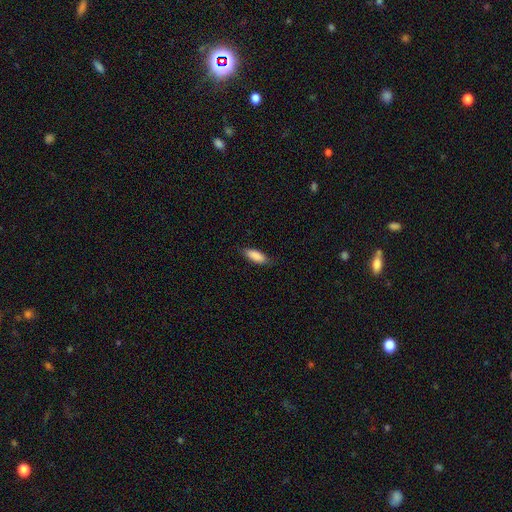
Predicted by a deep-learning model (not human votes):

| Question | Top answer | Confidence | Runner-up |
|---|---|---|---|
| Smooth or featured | smooth | 87% | featured or disk (7%) |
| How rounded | in between | 71% | cigar-shaped (28%) |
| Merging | none | 79% | minor disturbance (17%) |